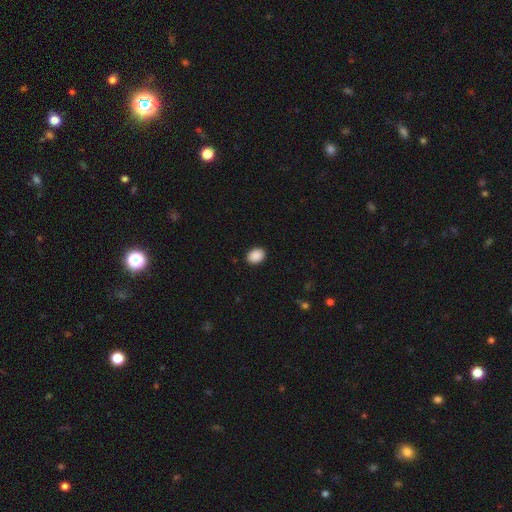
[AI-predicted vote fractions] smooth-or-featured: smooth: 90% | star or artifact: 7% | featured or disk: 2%
  how-rounded: in between: 72% | round: 27% | cigar-shaped: 1%
  merging: none: 90% | minor disturbance: 7% | major disturbance: 2% | merger: 1%